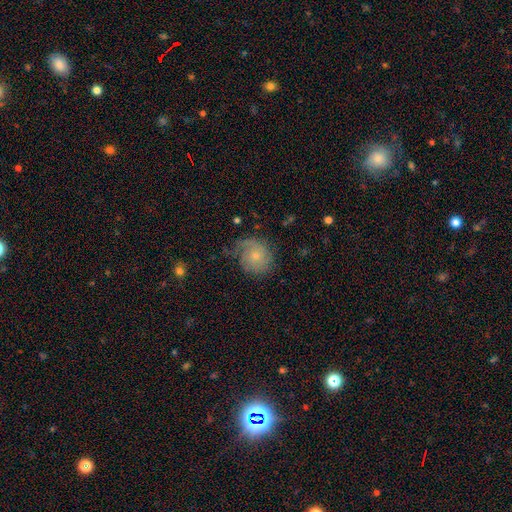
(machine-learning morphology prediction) type=featured or disk (58%); edge-on=no (97%); bar=no (79%); spiral arms=yes (88%); bulge=small (62%); merging=none (59%).